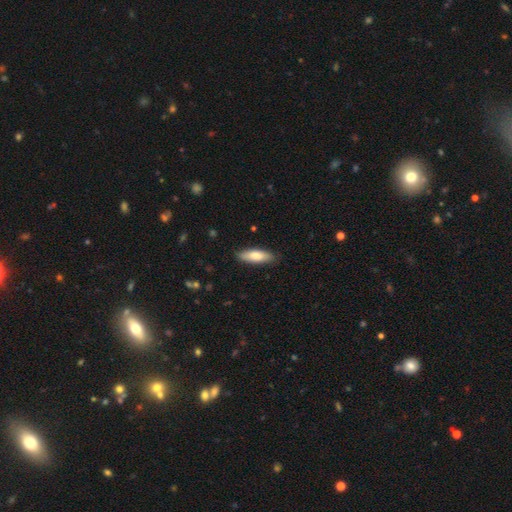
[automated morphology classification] Overall: smooth (79%). How rounded: in between (50%; cigar-shaped 48%). Merging: none (86%).